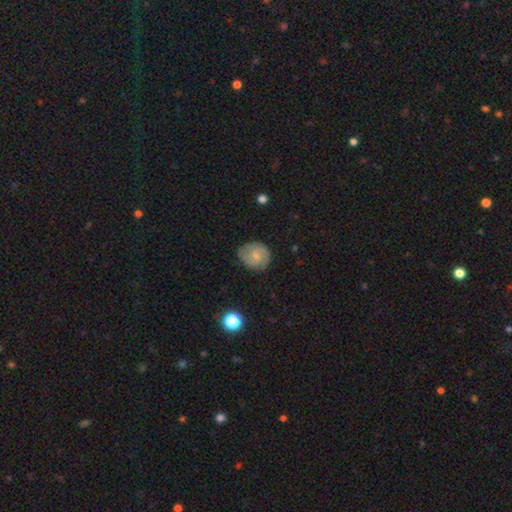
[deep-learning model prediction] Smooth or featured? Predicted: featured or disk (p=0.55). Edge-on disk? Predicted: no (p=0.97). Bar? Predicted: no (p=0.54). Spiral arms? Predicted: yes (p=0.88). Bulge size? Predicted: small (p=0.65). Merging? Predicted: none (p=0.74).